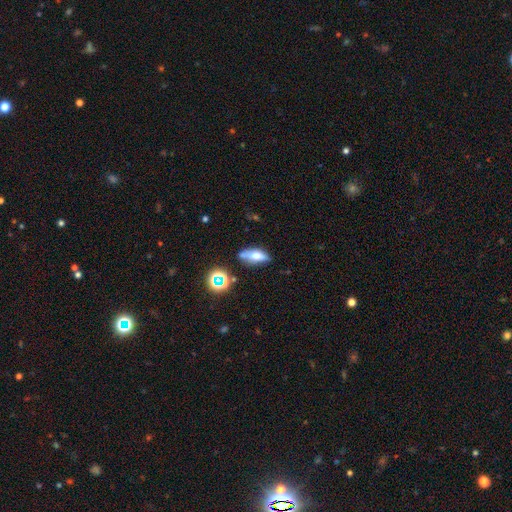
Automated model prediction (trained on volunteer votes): Morphology: type=smooth (59%); roundness=in between (69%); merging=none (57%).